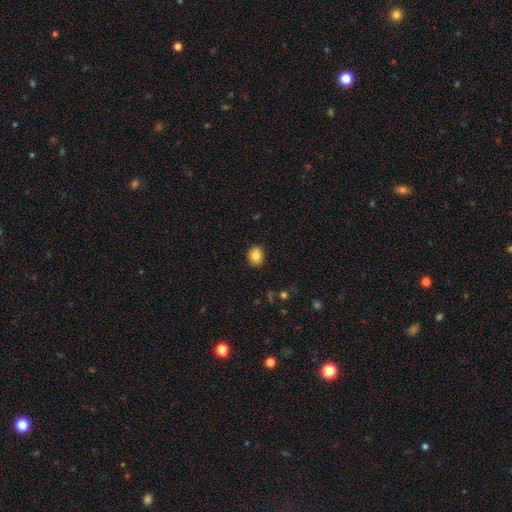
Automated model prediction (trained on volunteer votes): A smooth galaxy with no disk features (84%) that is round (57%). Merging: none (87%).